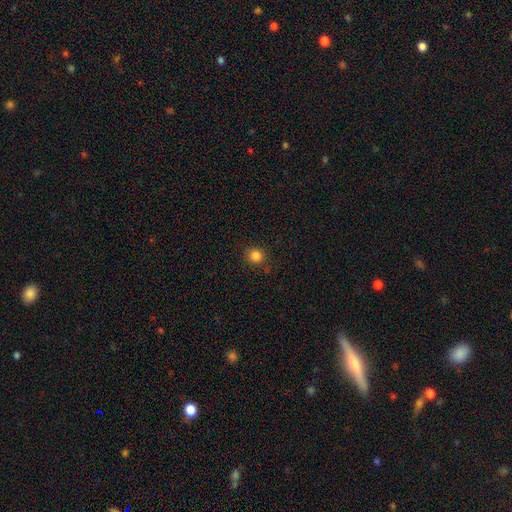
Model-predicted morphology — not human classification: smooth_or_featured: smooth (p=0.84) [alt: star or artifact p=0.12]
how_rounded: round (p=0.90) [alt: in between p=0.10]
merging: none (p=0.87) [alt: minor disturbance p=0.09]